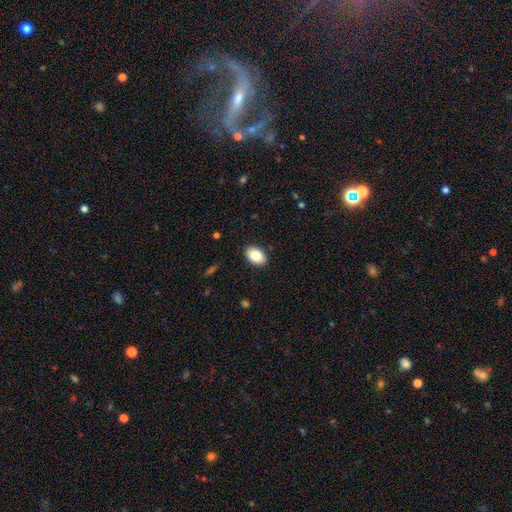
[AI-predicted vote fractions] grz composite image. It shows a smooth galaxy with no disk features (84%) that is in between round and cigar-shaped (88%). Merging: none (90%).